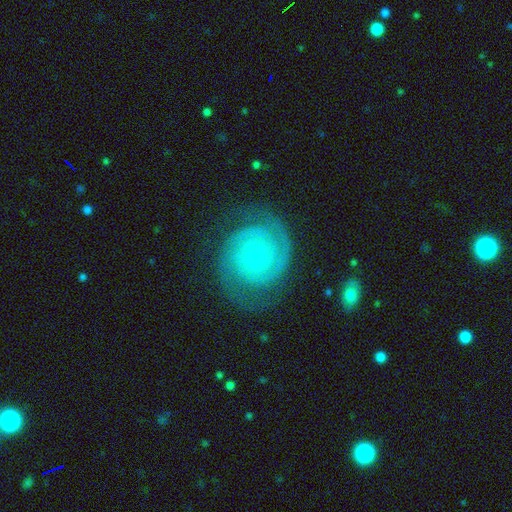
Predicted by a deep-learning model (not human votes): A featured or disk galaxy (88%) with no bar (83%), 2 (79%) tight (76%) spiral arms (98%) and a small central bulge (87%). Merging: none (79%).